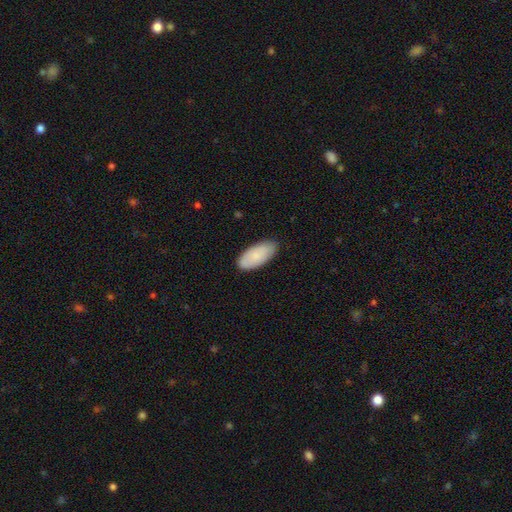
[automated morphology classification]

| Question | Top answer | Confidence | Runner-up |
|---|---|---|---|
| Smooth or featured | smooth | 84% | featured or disk (10%) |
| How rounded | in between | 91% | cigar-shaped (7%) |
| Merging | none | 82% | minor disturbance (15%) |